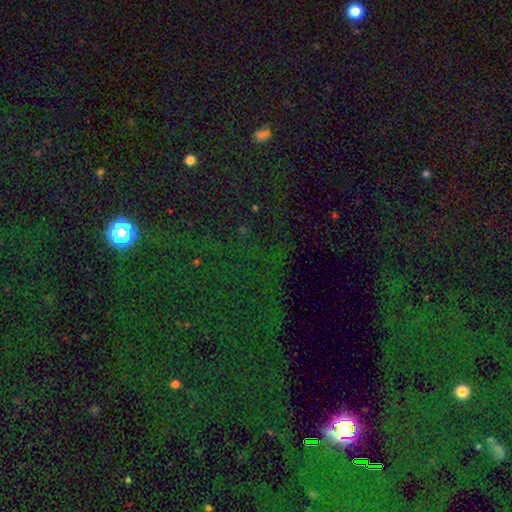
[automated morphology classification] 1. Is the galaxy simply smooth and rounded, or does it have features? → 78% star or artifact, 14% smooth, 8% featured or disk.